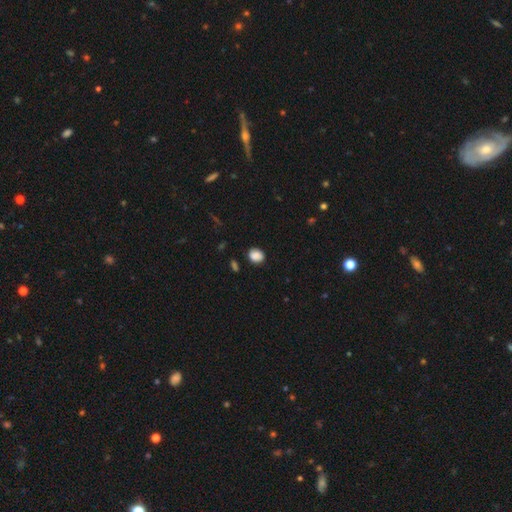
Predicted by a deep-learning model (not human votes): smooth 86%, star or artifact 9%, featured or disk 5%. Down the decision tree: how rounded — round (53%); merging — none (83%).